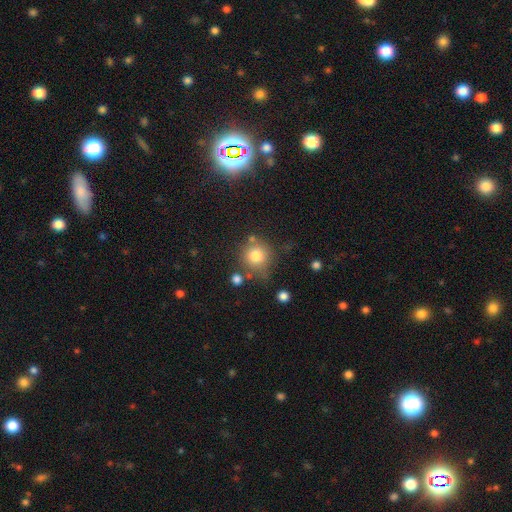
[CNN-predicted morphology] smooth 79%, star or artifact 12%, featured or disk 9%. Down the decision tree: how rounded — round (91%); merging — none (69%).